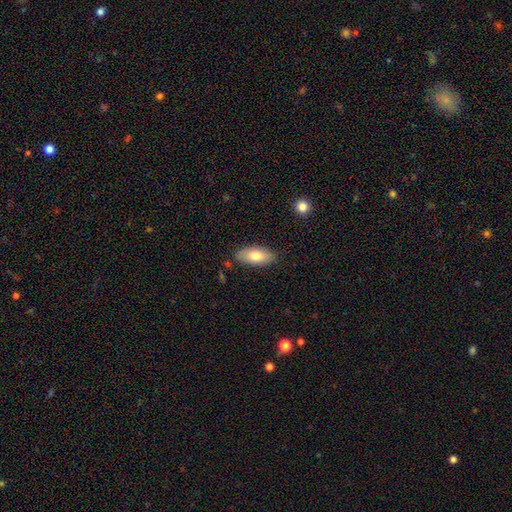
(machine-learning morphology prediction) This appears to be a smooth galaxy with no disk features (76%) that is in between round and cigar-shaped (89%). Merging: none (83%).